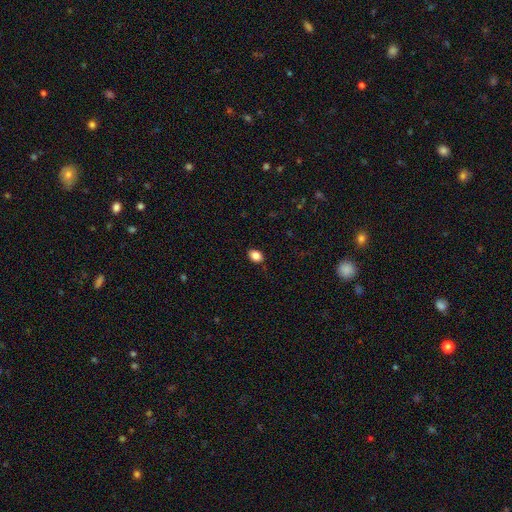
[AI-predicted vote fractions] This appears to be a smooth galaxy with no disk features (86%) that is in between round and cigar-shaped (73%). Merging: none (83%).